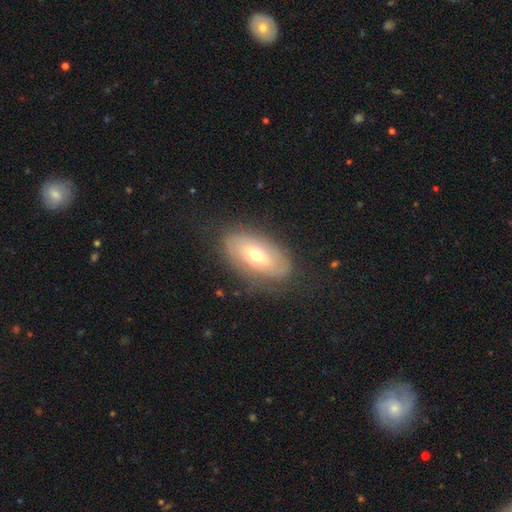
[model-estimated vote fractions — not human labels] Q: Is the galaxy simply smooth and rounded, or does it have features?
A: featured or disk — 48%.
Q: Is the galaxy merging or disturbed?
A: none — 76%.